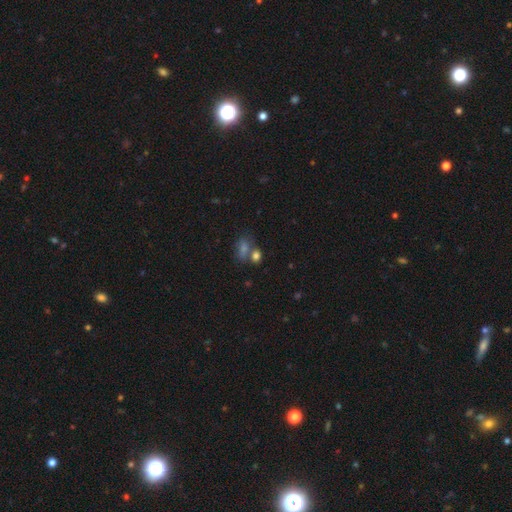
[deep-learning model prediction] This appears to be a smooth galaxy with no disk features (77%) that is in between round and cigar-shaped (72%). Merging: none (44%).